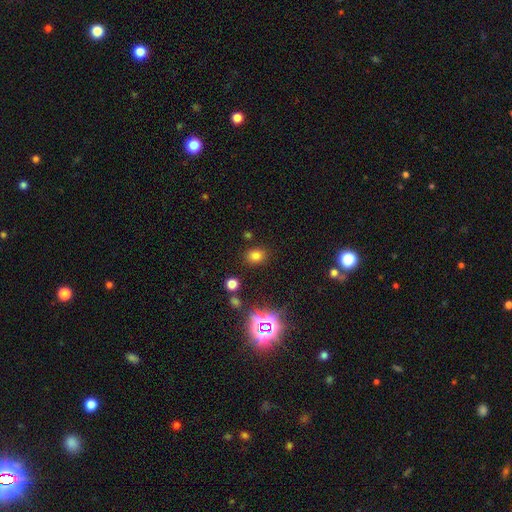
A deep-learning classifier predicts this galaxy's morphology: Smooth or featured? Predicted: smooth (p=0.74). How rounded? Predicted: in between (p=0.54). Merging? Predicted: none (p=0.83).